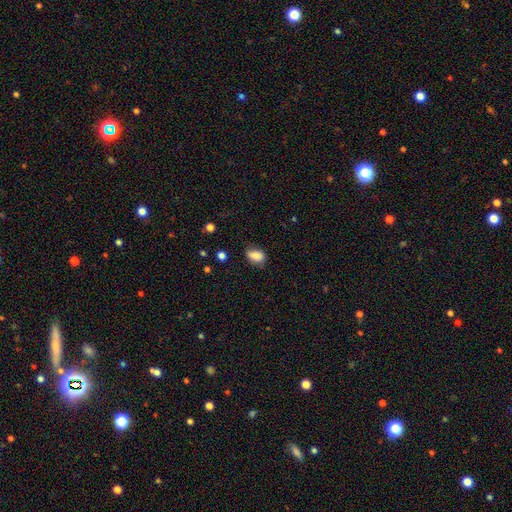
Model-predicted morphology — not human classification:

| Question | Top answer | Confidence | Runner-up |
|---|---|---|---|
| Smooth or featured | smooth | 84% | star or artifact (9%) |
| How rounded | in between | 80% | round (18%) |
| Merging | none | 67% | minor disturbance (26%) |